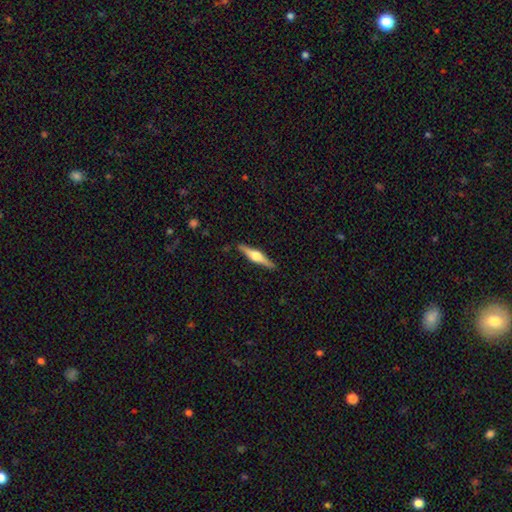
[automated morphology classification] Smooth or featured: featured or disk — 72% (smooth — 23%)
Edge-on disk: yes — 98% (no — 2%)
Edge-on bulge: rounded — 93% (boxy — 5%)
Merging: none — 90% (minor disturbance — 7%)